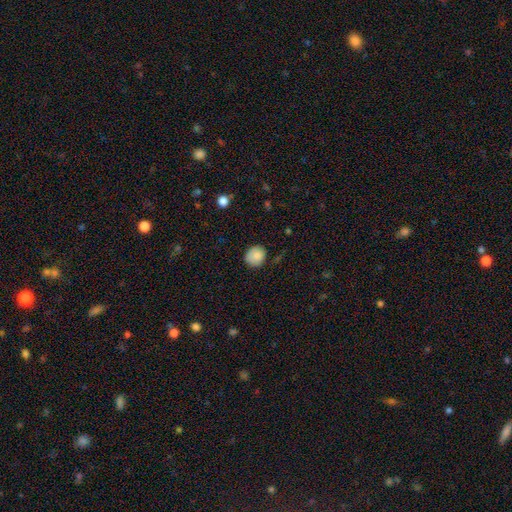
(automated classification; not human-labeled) The model was most divided on "how rounded": round: 71%, in between: 28%, cigar-shaped: 1%. More confident: smooth or featured — smooth (86%); merging — none (78%).